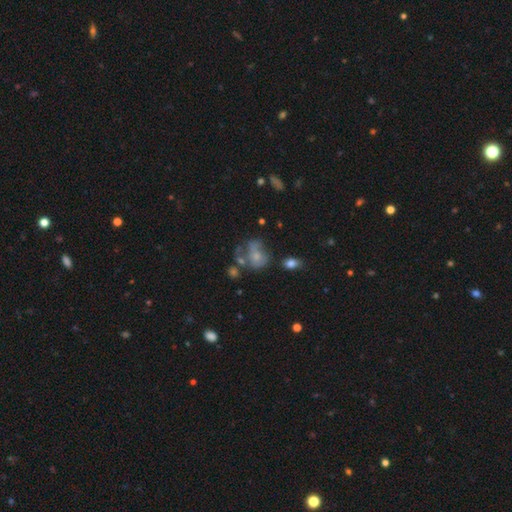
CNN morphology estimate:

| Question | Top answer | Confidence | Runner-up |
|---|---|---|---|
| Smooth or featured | smooth | 50% | featured or disk (38%) |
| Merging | major disturbance | 34% | none (27%) |